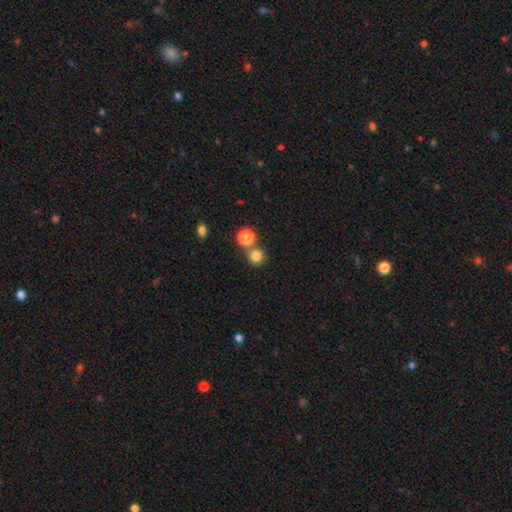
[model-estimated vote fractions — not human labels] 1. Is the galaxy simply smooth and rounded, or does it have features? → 81% smooth, 13% star or artifact, 5% featured or disk.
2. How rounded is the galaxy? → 92% round, 7% in between, 1% cigar-shaped.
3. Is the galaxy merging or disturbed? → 68% none, 23% merger, 7% minor disturbance, 3% major disturbance.